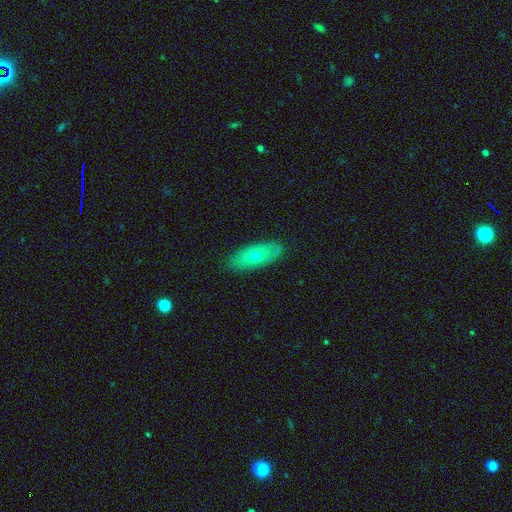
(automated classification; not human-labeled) This is likely a smooth galaxy (64%). How rounded: likely in between (71%). Merging: clearly none (88%).